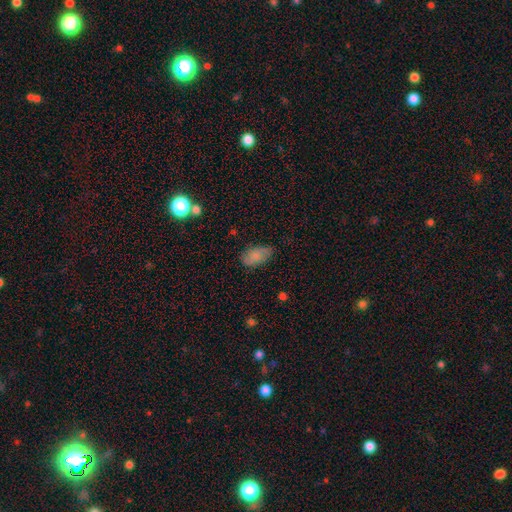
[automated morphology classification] This appears to be a smooth galaxy with no disk features (81%) that is in between round and cigar-shaped (93%). Merging: none (72%).